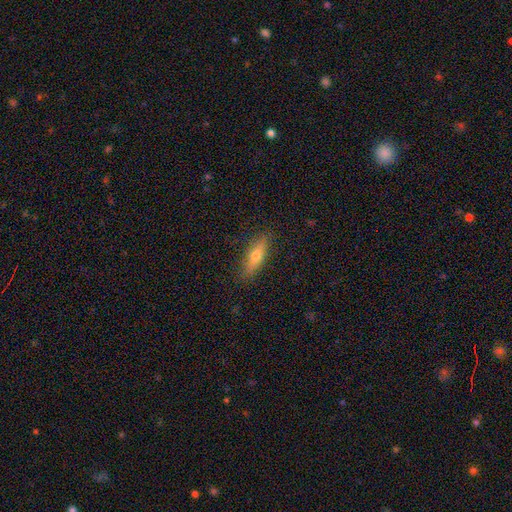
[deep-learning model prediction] Morphology: type=smooth (57%); roundness=cigar-shaped (64%); merging=none (87%).